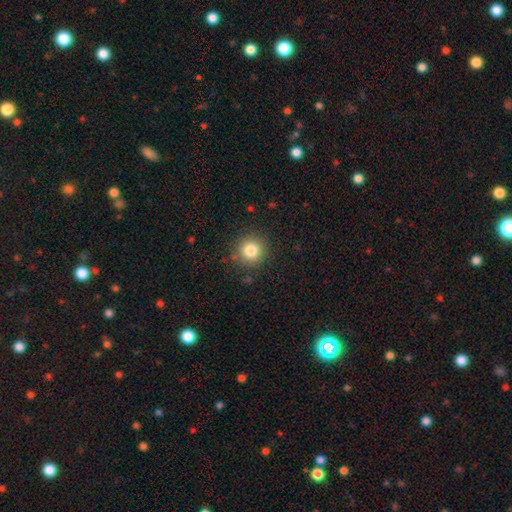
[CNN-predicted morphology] Smooth or featured? Predicted: smooth (p=0.61). How rounded? Predicted: round (p=0.92). Merging? Predicted: none (p=0.89).